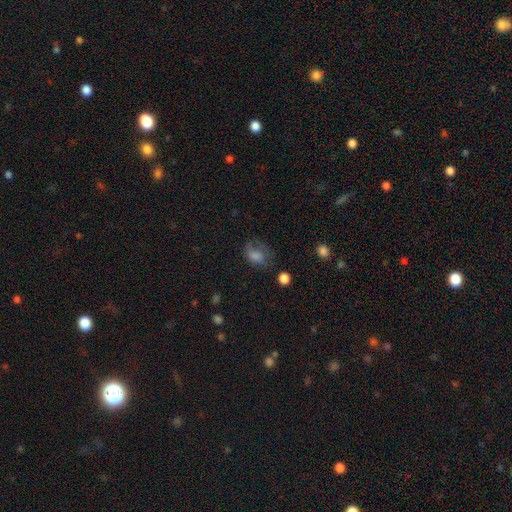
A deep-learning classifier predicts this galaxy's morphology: A smooth galaxy with no disk features (62%) that is in between round and cigar-shaped (67%). Merging: none (46%).